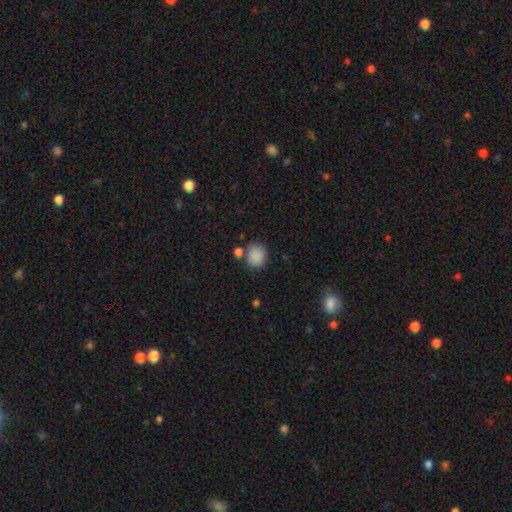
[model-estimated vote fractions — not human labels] Smooth or featured? Predicted: smooth (p=0.86). How rounded? Predicted: round (p=0.75). Merging? Predicted: none (p=0.71).